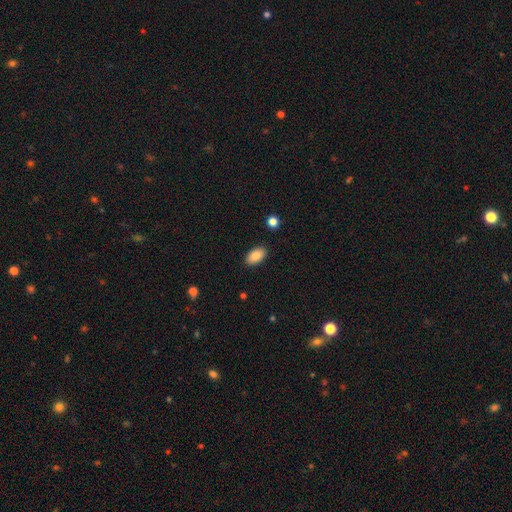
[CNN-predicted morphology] smooth-or-featured: smooth: 88% | star or artifact: 7% | featured or disk: 4%
  how-rounded: in between: 94% | round: 4% | cigar-shaped: 2%
  merging: none: 88% | minor disturbance: 8% | major disturbance: 2% | merger: 1%